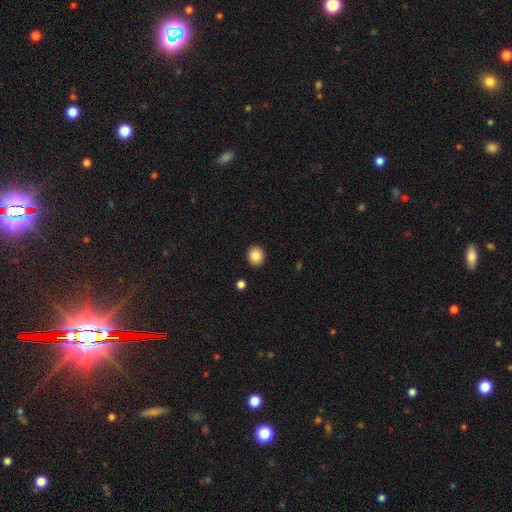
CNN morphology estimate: smooth 85%, star or artifact 9%, featured or disk 6%. Down the decision tree: how rounded — round (84%); merging — none (91%).